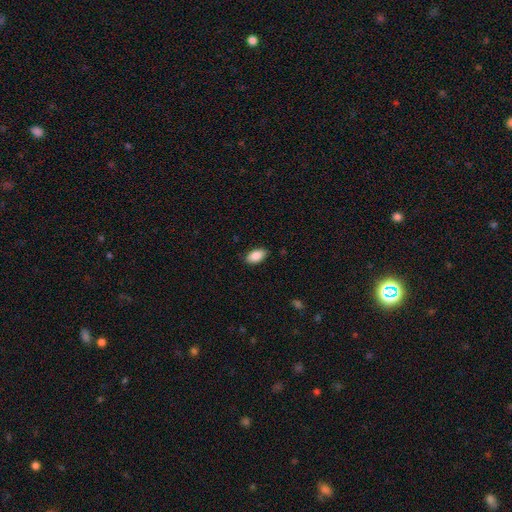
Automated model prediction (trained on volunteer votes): This appears to be a smooth galaxy with no disk features (87%) that is in between round and cigar-shaped (94%). Merging: none (87%).